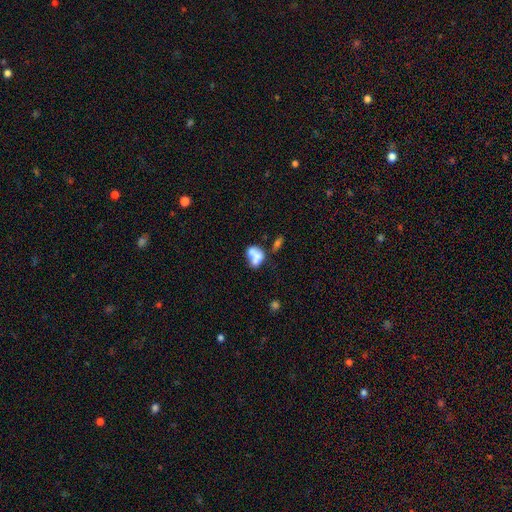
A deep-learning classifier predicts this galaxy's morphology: Smooth or featured?
  - smooth: 61% *
  - featured or disk: 29%
  - star or artifact: 10%
How rounded?
  - in between: 73% *
  - round: 24%
  - cigar-shaped: 2%
Merging?
  - merger: 61% *
  - none: 19%
  - minor disturbance: 10%
  - major disturbance: 9%